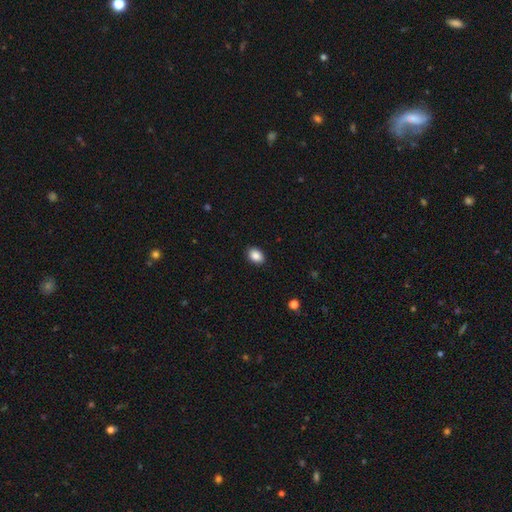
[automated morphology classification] smooth_or_featured: smooth (p=0.88) [alt: star or artifact p=0.08]
how_rounded: in between (p=0.78) [alt: round p=0.21]
merging: none (p=0.89) [alt: minor disturbance p=0.08]